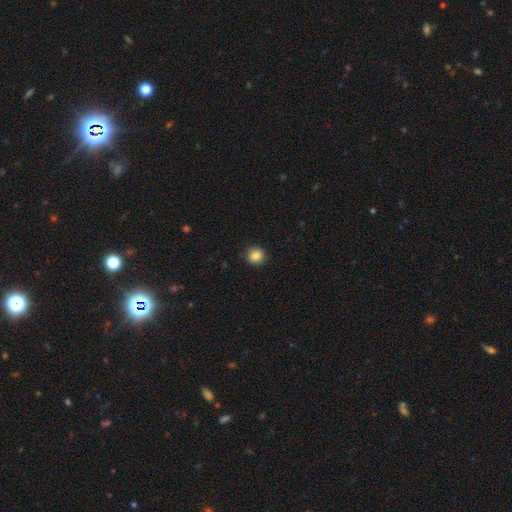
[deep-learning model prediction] A smooth galaxy with no disk features (84%) that is round (93%).

Vote fractions:
- Smooth or featured? smooth: 84% / star or artifact: 10% / featured or disk: 6%
- How rounded? round: 93% / in between: 6% / cigar-shaped: 1%
- Merging? none: 90% / minor disturbance: 7% / major disturbance: 2% / merger: 1%